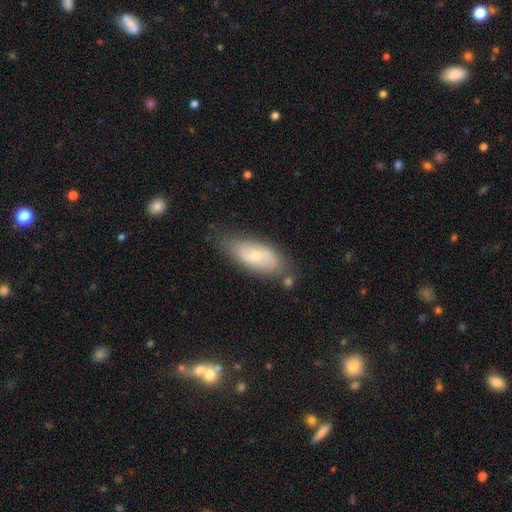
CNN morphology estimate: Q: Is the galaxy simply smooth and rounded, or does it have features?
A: smooth — 49%.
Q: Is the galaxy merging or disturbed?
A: none — 66%.